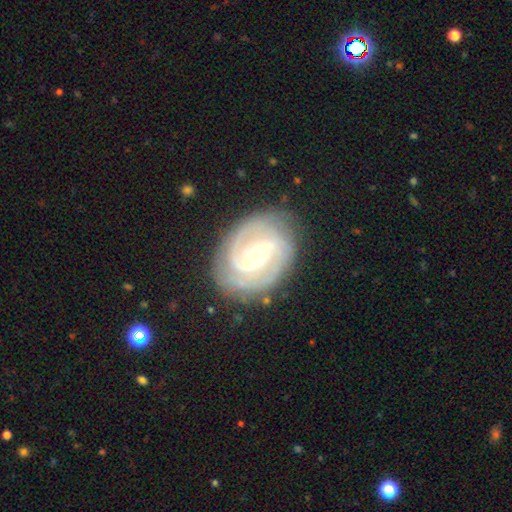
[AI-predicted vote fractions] Morphology: type=featured or disk (89%); edge-on=no (97%); bar=strong (53%); spiral arms=yes (96%); winding=tight (55%); arm count=2 (64%); bulge=moderate (66%); merging=none (80%).